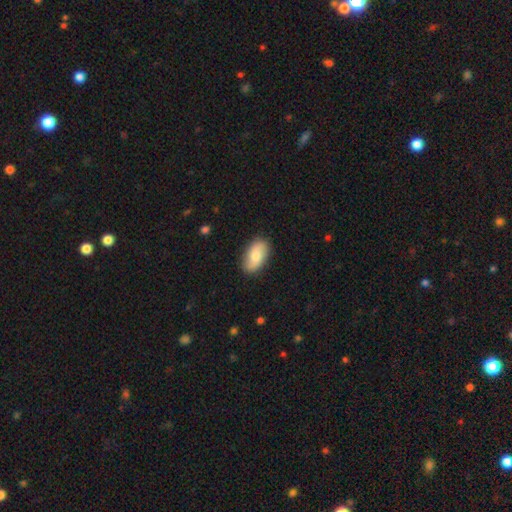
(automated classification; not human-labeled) A smooth galaxy with no disk features (70%) that is in between round and cigar-shaped (93%).

Vote fractions:
- Smooth or featured? smooth: 70% / featured or disk: 24% / star or artifact: 6%
- How rounded? in between: 93% / round: 4% / cigar-shaped: 3%
- Merging? none: 85% / minor disturbance: 12% / major disturbance: 2% / merger: 1%